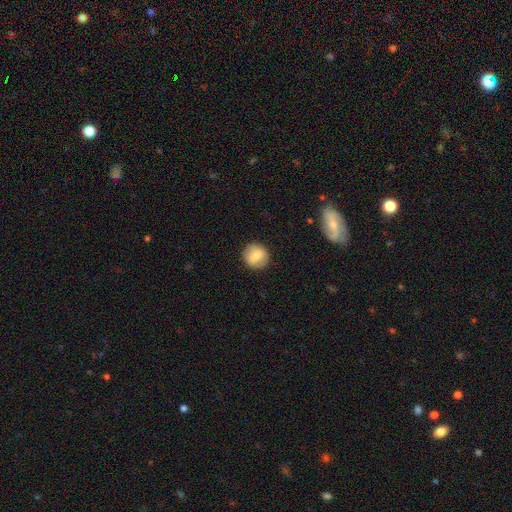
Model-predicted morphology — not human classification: Smooth or featured: smooth — 75% (featured or disk — 17%)
How rounded: round — 90% (in between — 9%)
Merging: none — 89% (minor disturbance — 8%)